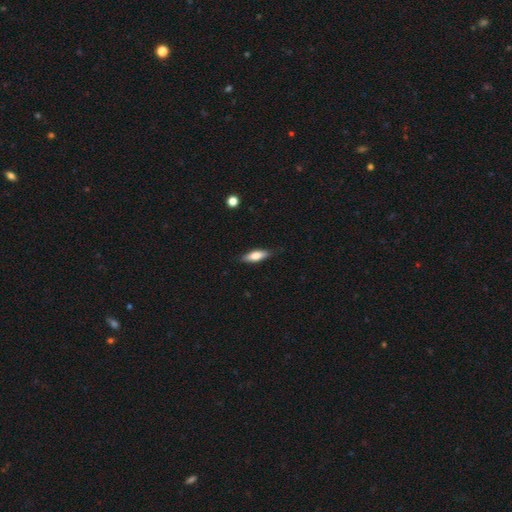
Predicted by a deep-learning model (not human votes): Smooth or featured: smooth — 73% (featured or disk — 21%)
How rounded: in between — 59% (cigar-shaped — 39%)
Merging: none — 82% (minor disturbance — 14%)